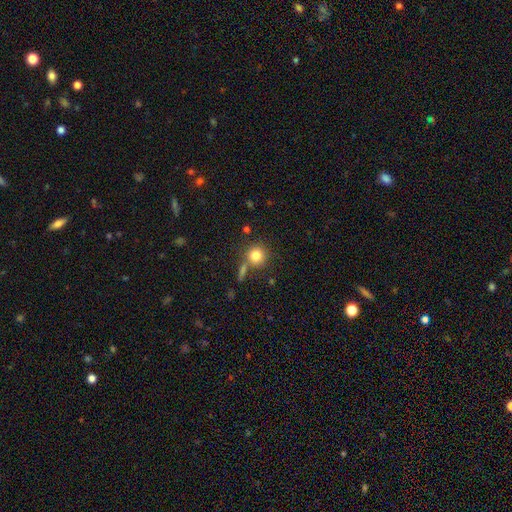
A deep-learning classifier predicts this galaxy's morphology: Smooth or featured?
  - smooth: 81% *
  - star or artifact: 11%
  - featured or disk: 8%
How rounded?
  - round: 92% *
  - in between: 7%
  - cigar-shaped: 1%
Merging?
  - none: 70% *
  - merger: 15%
  - minor disturbance: 11%
  - major disturbance: 4%